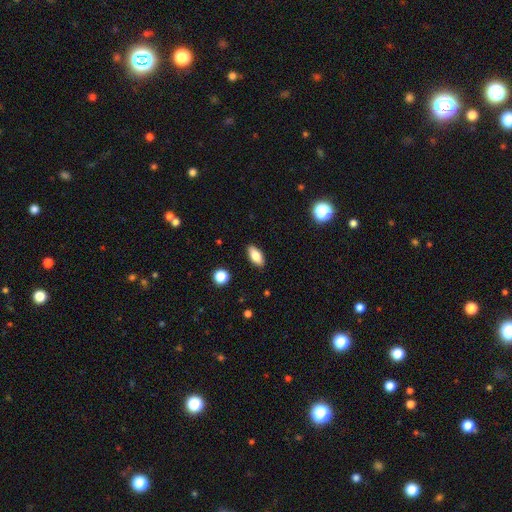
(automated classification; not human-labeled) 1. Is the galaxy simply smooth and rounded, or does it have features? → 78% smooth, 14% featured or disk, 8% star or artifact.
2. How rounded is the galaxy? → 86% in between, 10% cigar-shaped, 3% round.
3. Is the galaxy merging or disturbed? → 89% none, 8% minor disturbance, 2% major disturbance, 1% merger.